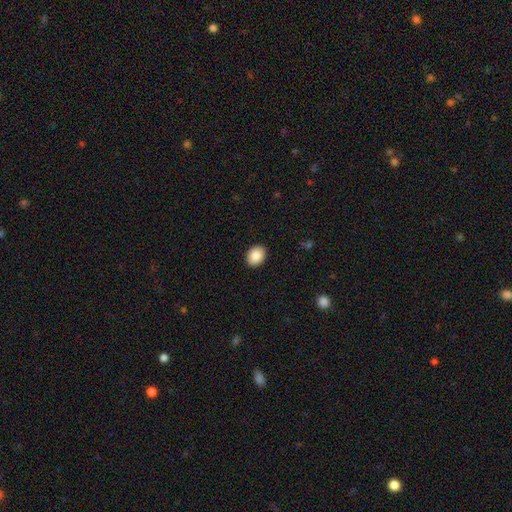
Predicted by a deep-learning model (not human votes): A smooth galaxy with no disk features (87%) that is in between round and cigar-shaped (66%).

Vote fractions:
- Smooth or featured? smooth: 87% / star or artifact: 8% / featured or disk: 5%
- How rounded? in between: 66% / round: 33% / cigar-shaped: 1%
- Merging? none: 91% / minor disturbance: 6% / major disturbance: 2% / merger: 1%